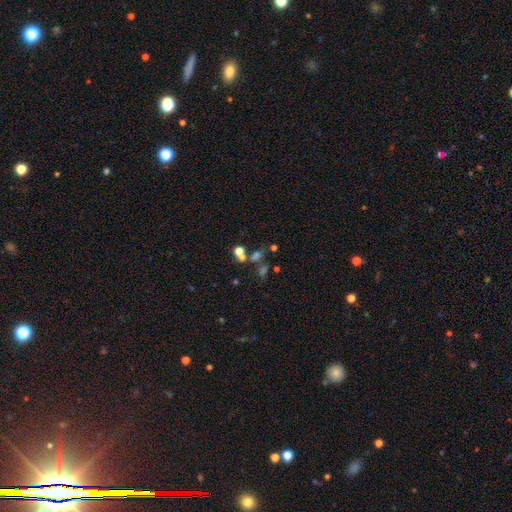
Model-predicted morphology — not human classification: This appears to be a smooth galaxy with no disk features (42%). Merging: none (48%).